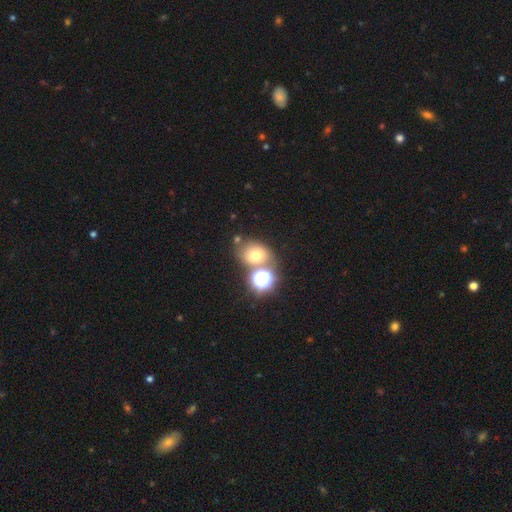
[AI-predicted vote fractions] Smooth or featured: smooth — 62% (star or artifact — 23%)
How rounded: round — 60% (in between — 39%)
Merging: none — 56% (merger — 26%)